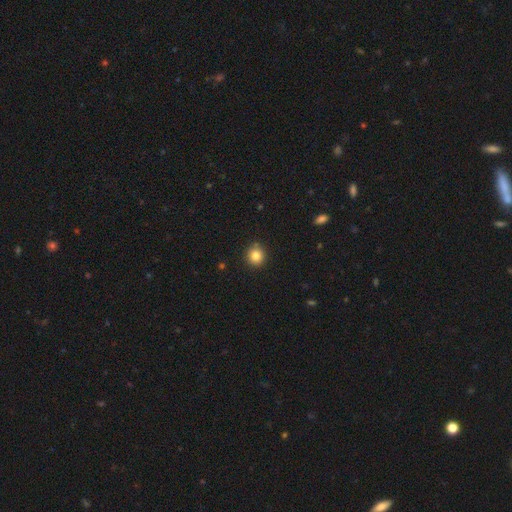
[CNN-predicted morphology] Overall: smooth (83%). How rounded: round (92%). Merging: none (89%).